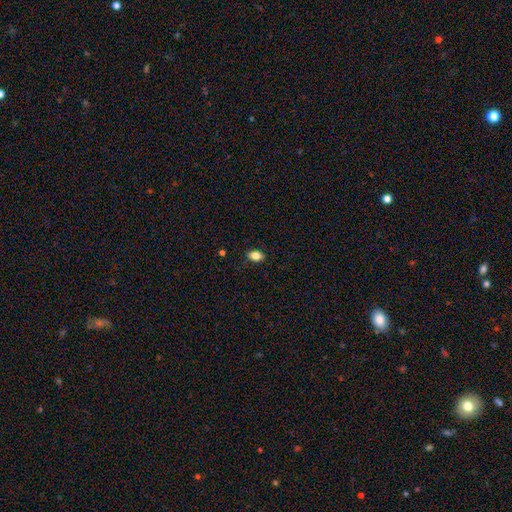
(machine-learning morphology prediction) A smooth galaxy with no disk features (83%) that is in between round and cigar-shaped (85%). Merging: none (87%).